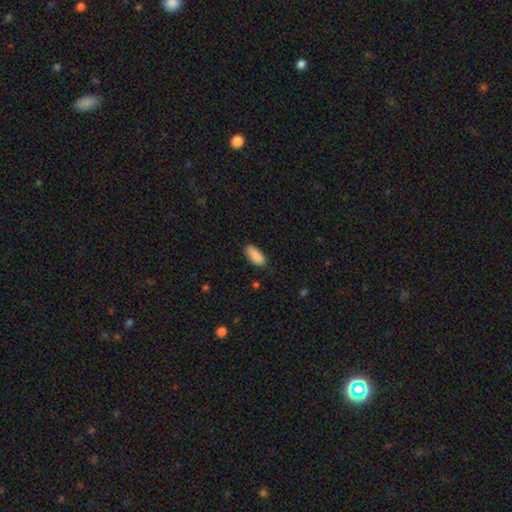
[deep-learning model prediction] Overall: smooth (90%). How rounded: in between (86%). Merging: none (83%).